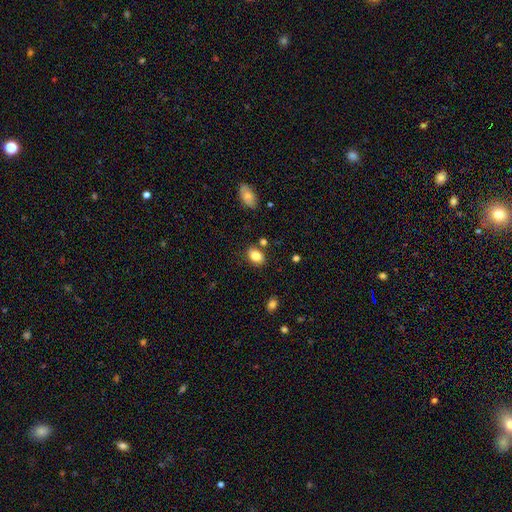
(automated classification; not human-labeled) The model was most divided on "how rounded": in between: 75%, round: 24%, cigar-shaped: 1%. More confident: smooth or featured — smooth (84%); merging — none (75%).